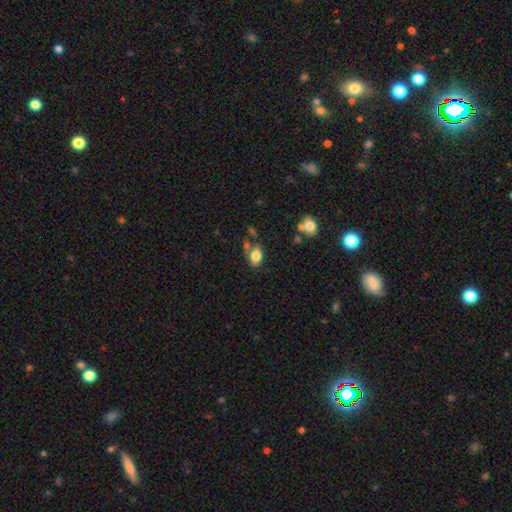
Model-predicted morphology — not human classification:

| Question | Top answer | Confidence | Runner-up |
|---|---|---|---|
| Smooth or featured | smooth | 80% | featured or disk (11%) |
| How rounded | in between | 88% | round (10%) |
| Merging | none | 61% | minor disturbance (17%) |